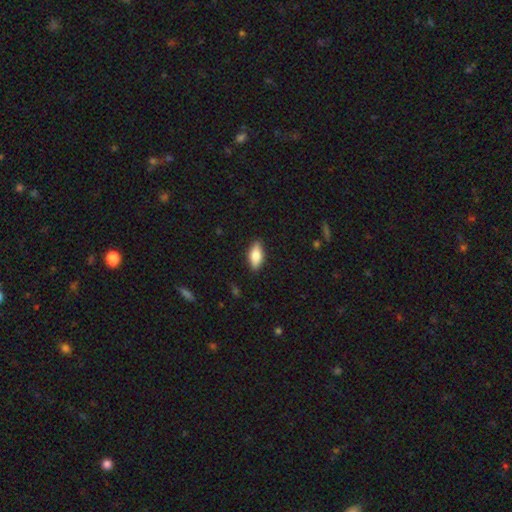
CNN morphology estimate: This appears to be a smooth galaxy with no disk features (79%) that is in between round and cigar-shaped (84%). Merging: none (87%).